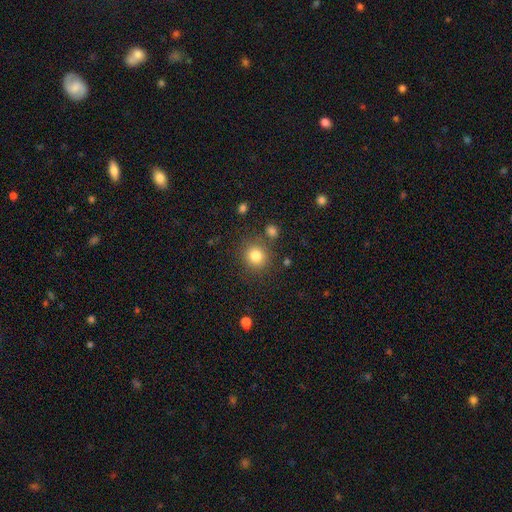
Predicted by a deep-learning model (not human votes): Overall: smooth (82%). How rounded: round (88%). Merging: none (81%).